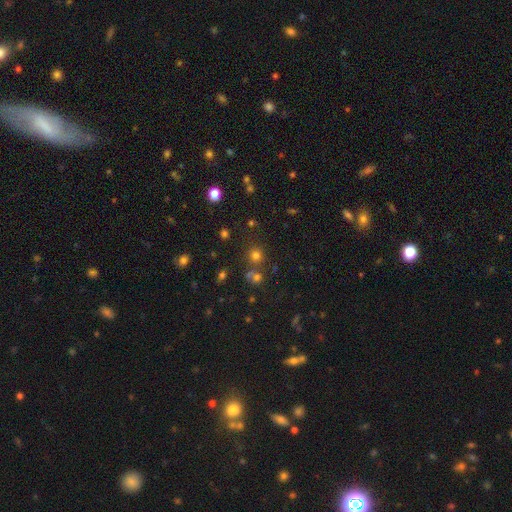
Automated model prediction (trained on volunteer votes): smooth 69%, star or artifact 24%, featured or disk 7%. Down the decision tree: how rounded — round (90%); merging — none (74%).